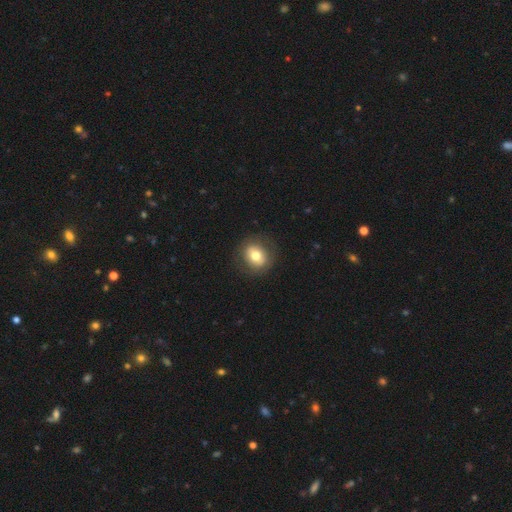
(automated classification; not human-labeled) The model was most divided on "how rounded": round: 69%, in between: 30%, cigar-shaped: 1%. More confident: merging — none (85%); smooth or featured — smooth (70%).